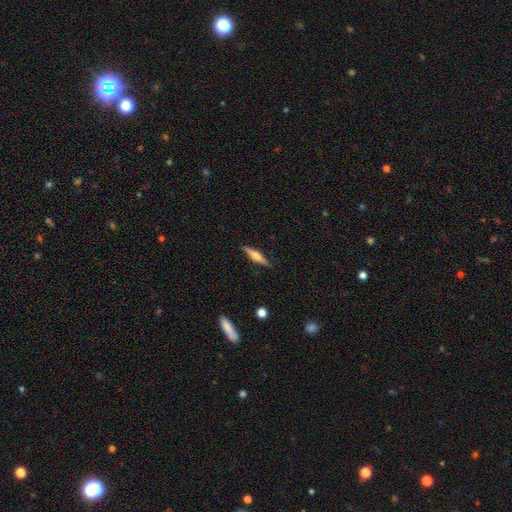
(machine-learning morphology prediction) This is likely a featured or disk galaxy (64%). It is clearly viewed edge-on (97%). Edge-on bulge: clearly rounded (84%). Merging: clearly none (88%).